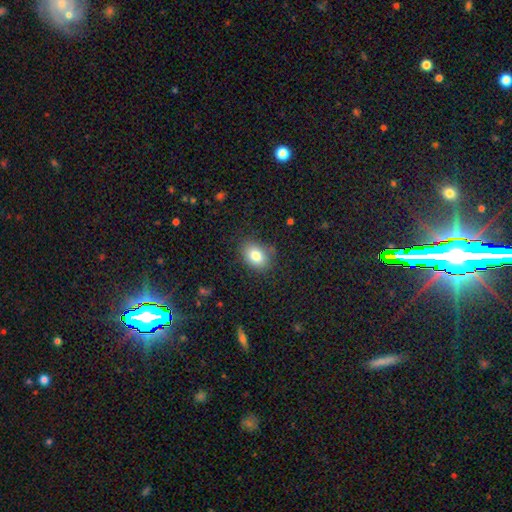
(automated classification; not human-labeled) Q: Smooth or featured?
A: smooth (81%); runner-up: star or artifact (10%)
Q: How rounded?
A: in between (74%); runner-up: round (25%)
Q: Merging?
A: none (82%); runner-up: minor disturbance (13%)